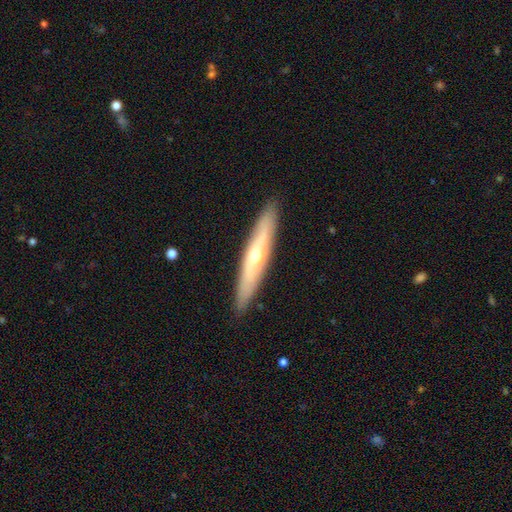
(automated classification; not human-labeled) A featured or disk galaxy (59%) viewed edge-on (81%). Merging: none (90%).